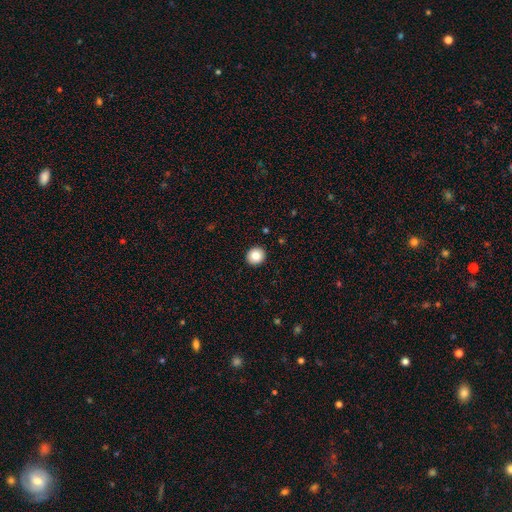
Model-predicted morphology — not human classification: Q: Smooth or featured?
A: smooth (84%); runner-up: star or artifact (9%)
Q: How rounded?
A: round (89%); runner-up: in between (10%)
Q: Merging?
A: none (93%); runner-up: minor disturbance (5%)